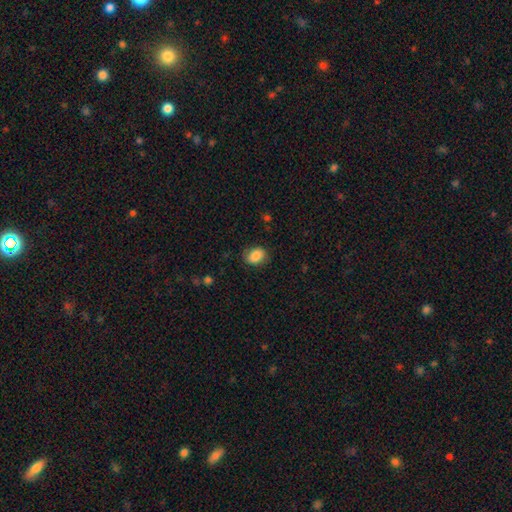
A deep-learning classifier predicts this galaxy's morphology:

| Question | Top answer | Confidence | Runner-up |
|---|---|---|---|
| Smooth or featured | smooth | 85% | star or artifact (8%) |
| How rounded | in between | 67% | round (32%) |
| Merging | none | 81% | minor disturbance (14%) |